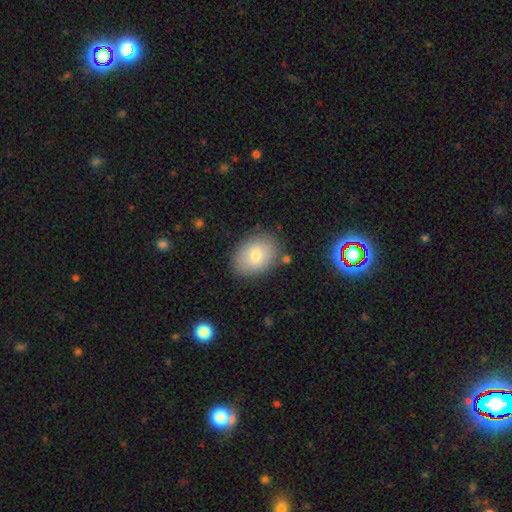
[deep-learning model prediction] Q: Smooth or featured?
A: smooth (77%); runner-up: featured or disk (15%)
Q: How rounded?
A: in between (73%); runner-up: round (26%)
Q: Merging?
A: none (82%); runner-up: minor disturbance (12%)